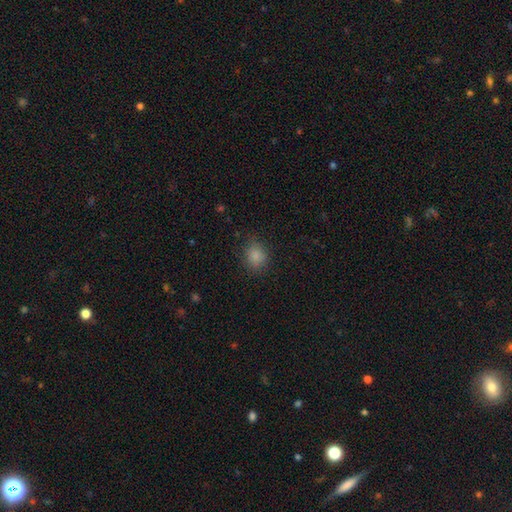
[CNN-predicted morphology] The model was most divided on "how rounded": round: 66%, in between: 33%, cigar-shaped: 1%. More confident: smooth or featured — smooth (84%); merging — none (81%).